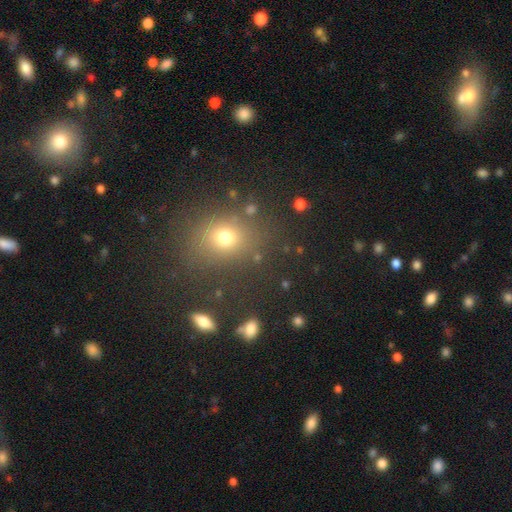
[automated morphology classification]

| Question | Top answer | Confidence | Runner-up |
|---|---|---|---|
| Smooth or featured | smooth | 61% | star or artifact (30%) |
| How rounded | round | 69% | in between (29%) |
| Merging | none | 84% | minor disturbance (9%) |